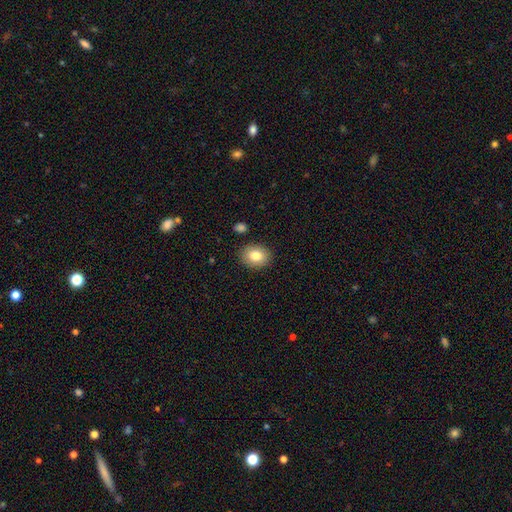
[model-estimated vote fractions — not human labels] Q: Smooth or featured?
A: smooth (83%); runner-up: featured or disk (9%)
Q: How rounded?
A: in between (54%); runner-up: round (45%)
Q: Merging?
A: none (88%); runner-up: minor disturbance (8%)